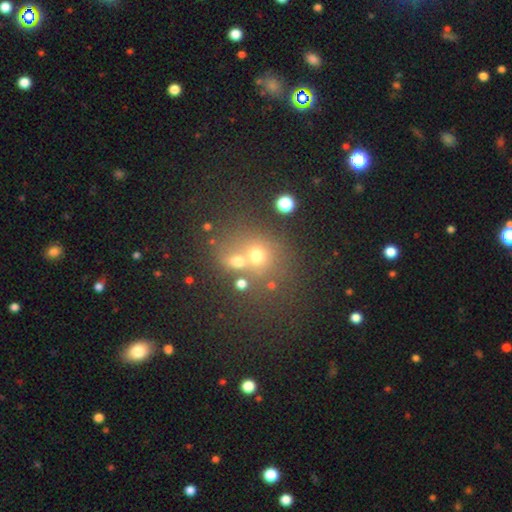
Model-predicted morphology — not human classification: Smooth or featured?
  - smooth: 59% *
  - star or artifact: 24%
  - featured or disk: 18%
How rounded?
  - round: 73% *
  - in between: 26%
  - cigar-shaped: 1%
Merging?
  - none: 44% *
  - merger: 40%
  - minor disturbance: 9%
  - major disturbance: 6%